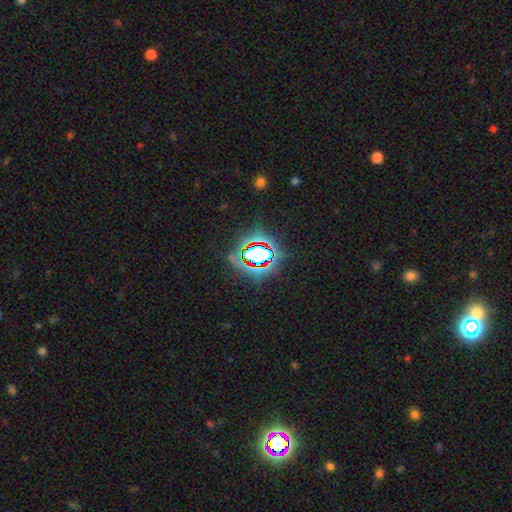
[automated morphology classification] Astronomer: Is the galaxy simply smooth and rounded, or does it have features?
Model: star or artifact — 66%.